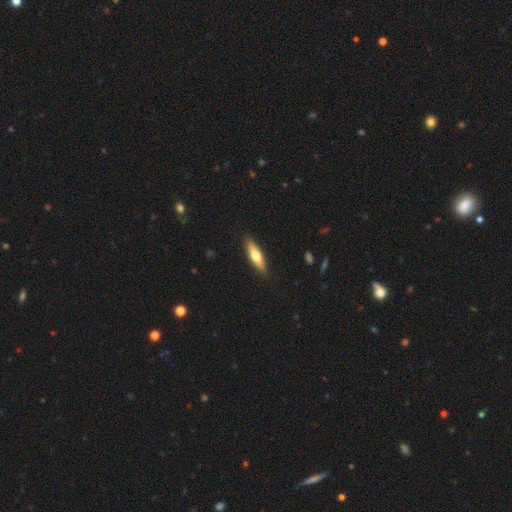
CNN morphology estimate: Overall: smooth (58%; featured or disk 37%). How rounded: cigar-shaped (66%; in between 33%). Merging: none (89%).